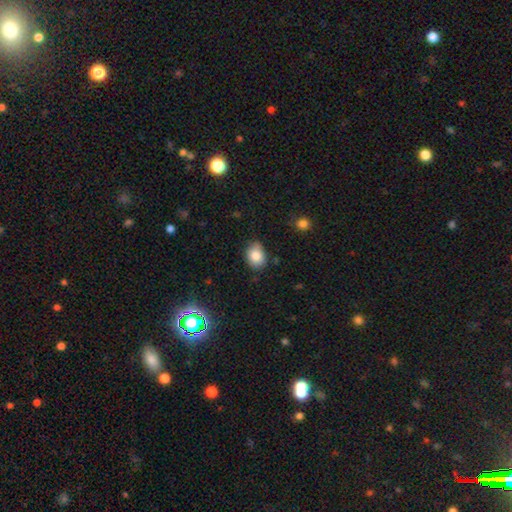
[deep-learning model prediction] Morphology: type=smooth (82%); roundness=in between (56%); merging=none (74%).